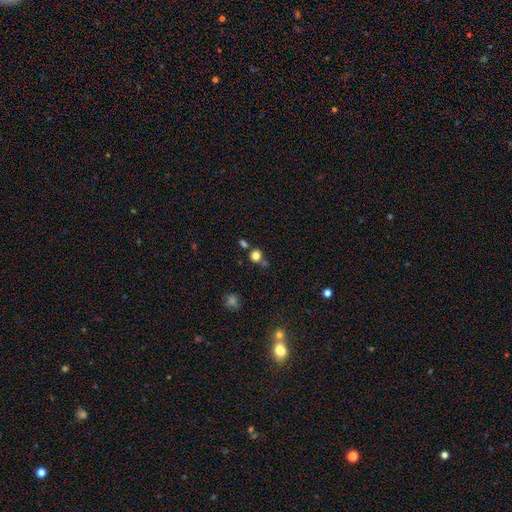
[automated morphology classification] Smooth or featured? Predicted: smooth (p=0.79). How rounded? Predicted: round (p=0.89). Merging? Predicted: none (p=0.68).